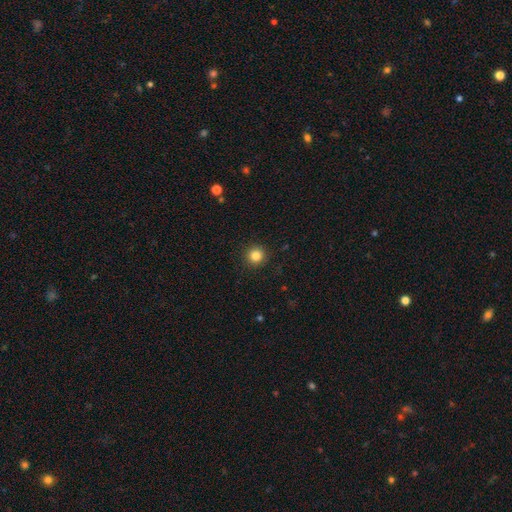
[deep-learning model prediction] This appears to be a smooth galaxy with no disk features (84%) that is round (94%). Merging: none (92%).